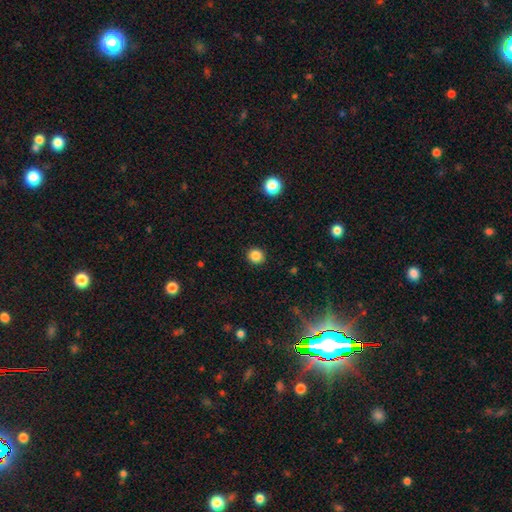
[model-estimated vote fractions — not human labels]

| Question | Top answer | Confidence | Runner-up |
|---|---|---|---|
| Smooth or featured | smooth | 85% | star or artifact (11%) |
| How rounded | round | 92% | in between (7%) |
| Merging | none | 92% | minor disturbance (5%) |